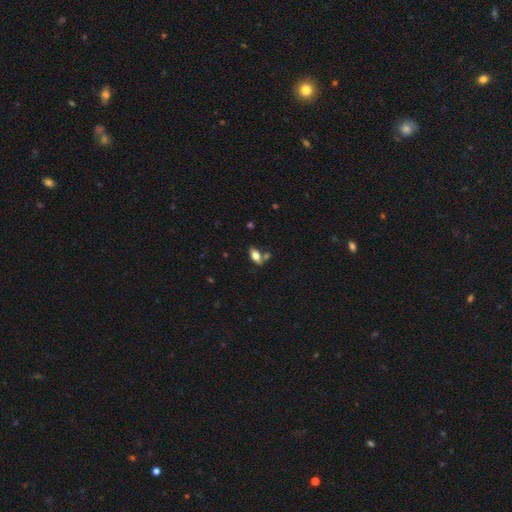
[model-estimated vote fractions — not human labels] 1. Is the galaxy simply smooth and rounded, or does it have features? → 68% smooth, 24% featured or disk, 8% star or artifact.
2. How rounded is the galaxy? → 86% in between, 10% cigar-shaped, 4% round.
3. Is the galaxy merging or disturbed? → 65% none, 17% merger, 13% minor disturbance, 4% major disturbance.